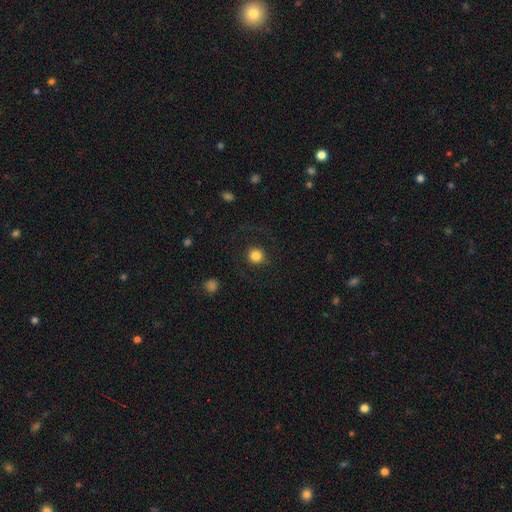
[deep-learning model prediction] Q: Smooth or featured?
A: smooth (83%); runner-up: star or artifact (10%)
Q: How rounded?
A: round (92%); runner-up: in between (7%)
Q: Merging?
A: none (86%); runner-up: minor disturbance (7%)